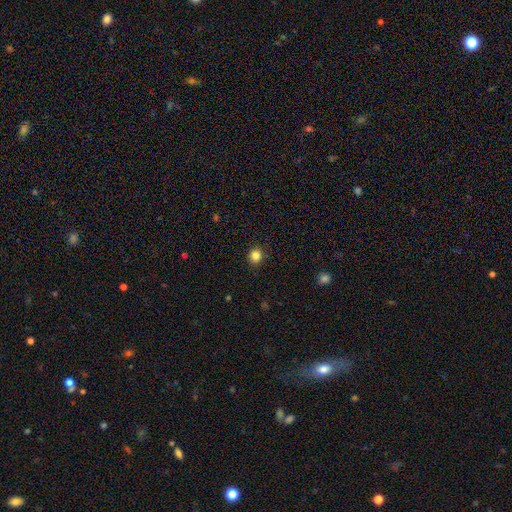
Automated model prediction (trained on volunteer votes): smooth 85%, star or artifact 11%, featured or disk 4%. Down the decision tree: how rounded — round (86%); merging — none (89%).